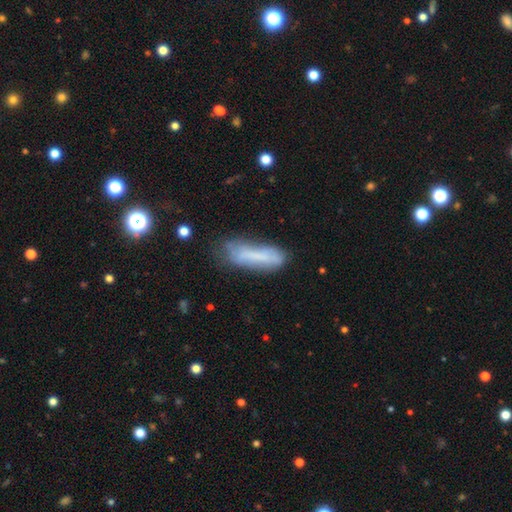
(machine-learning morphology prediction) Q: Smooth or featured?
A: smooth (63%); runner-up: featured or disk (27%)
Q: How rounded?
A: cigar-shaped (61%); runner-up: in between (37%)
Q: Merging?
A: none (49%); runner-up: minor disturbance (31%)